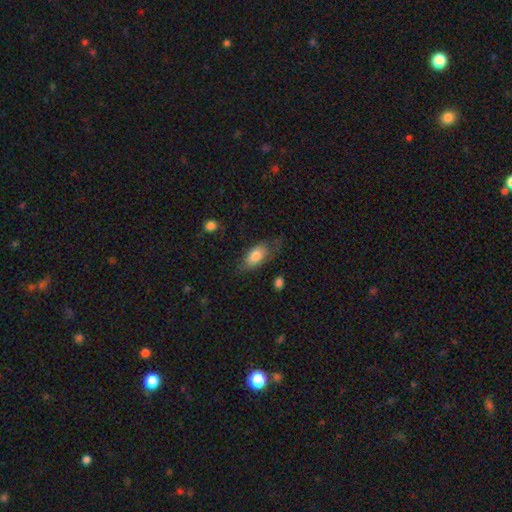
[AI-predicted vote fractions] A smooth galaxy with no disk features (76%) that is in between round and cigar-shaped (89%).

Vote fractions:
- Smooth or featured? smooth: 76% / featured or disk: 18% / star or artifact: 7%
- How rounded? in between: 89% / cigar-shaped: 7% / round: 4%
- Merging? none: 56% / minor disturbance: 28% / major disturbance: 14% / merger: 2%